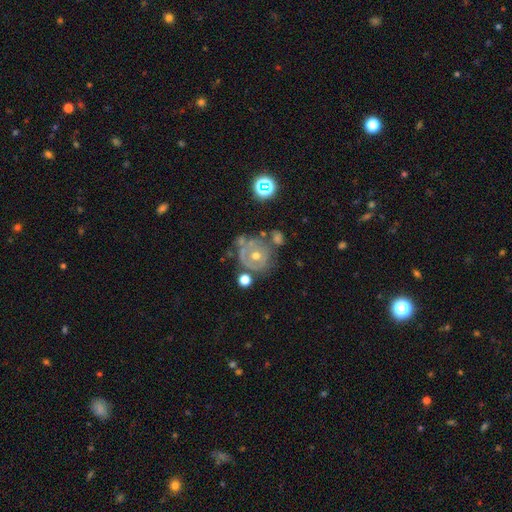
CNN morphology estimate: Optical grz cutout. It shows a featured or disk galaxy (69%) with no bar (83%), spiral arms (58%) and a moderate central bulge (61%). Merging: none (53%).